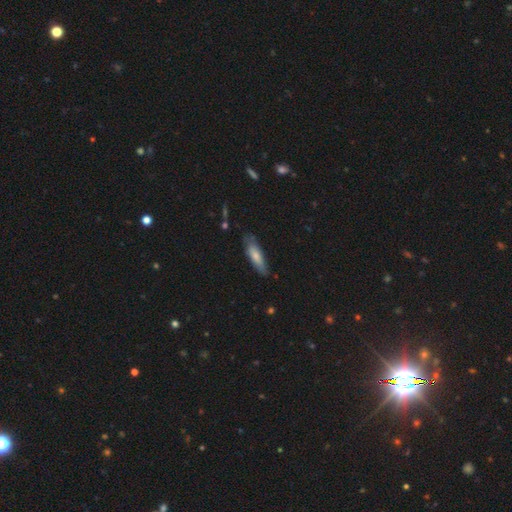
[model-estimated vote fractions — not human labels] smooth-or-featured: smooth: 69% | featured or disk: 25% | star or artifact: 6%
  how-rounded: cigar-shaped: 60% | in between: 38% | round: 2%
  merging: none: 69% | minor disturbance: 24% | major disturbance: 5% | merger: 2%